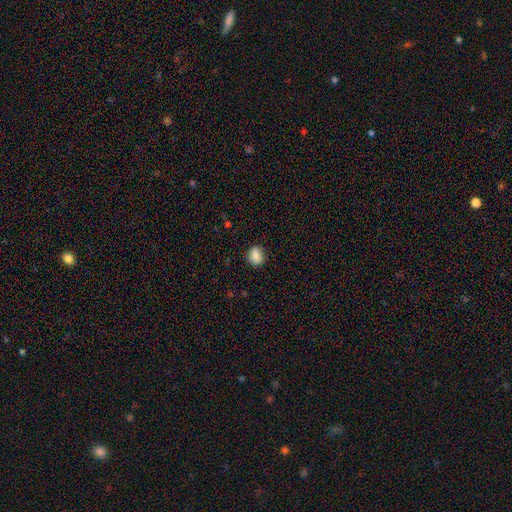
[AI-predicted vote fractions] Smooth or featured?
  - smooth: 81% *
  - featured or disk: 10%
  - star or artifact: 9%
How rounded?
  - round: 57% *
  - in between: 42%
  - cigar-shaped: 2%
Merging?
  - none: 81% *
  - minor disturbance: 14%
  - major disturbance: 3%
  - merger: 2%